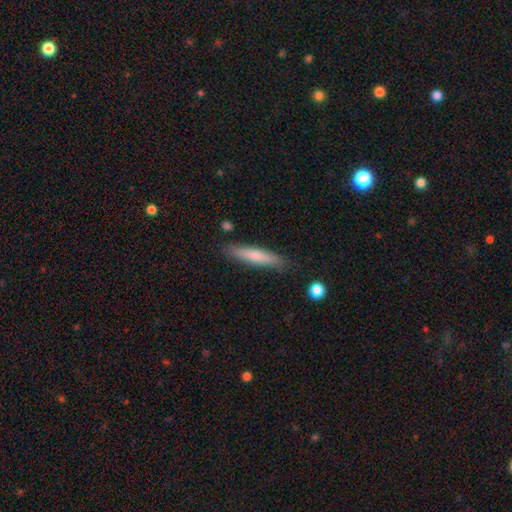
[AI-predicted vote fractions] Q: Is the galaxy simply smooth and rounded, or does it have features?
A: smooth — 74%.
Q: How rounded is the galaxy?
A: cigar-shaped — 89%.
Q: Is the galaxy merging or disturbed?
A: none — 85%.